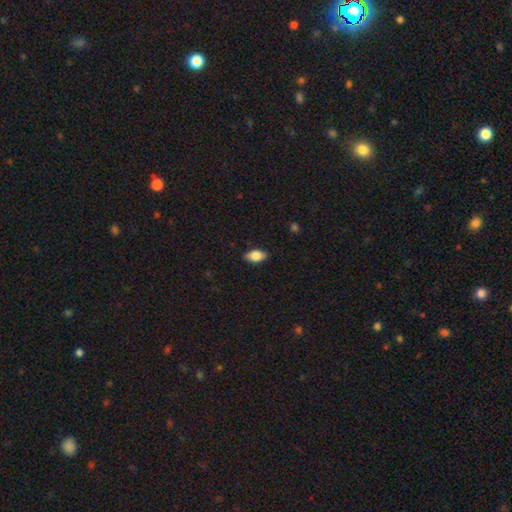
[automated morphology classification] Smooth or featured? Predicted: smooth (p=0.82). How rounded? Predicted: in between (p=0.89). Merging? Predicted: none (p=0.86).